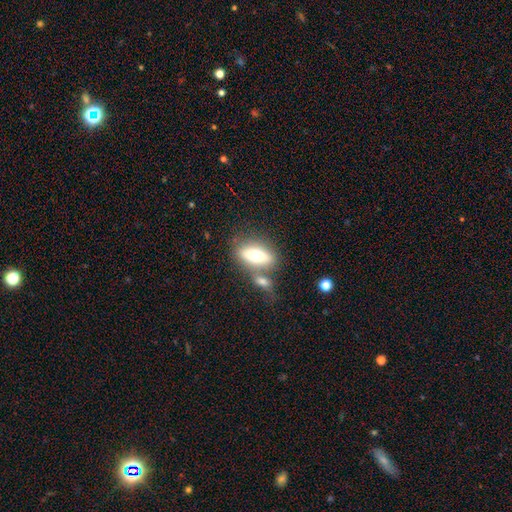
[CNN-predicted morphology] Smooth or featured? smooth (66%)
How rounded? in between (83%)
Merging? none (52%)